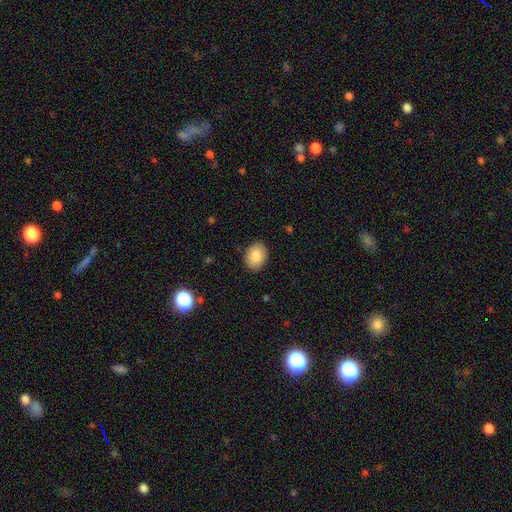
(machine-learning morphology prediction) The model was most divided on "how rounded": in between: 68%, round: 32%, cigar-shaped: 1%. More confident: merging — none (88%); smooth or featured — smooth (86%).